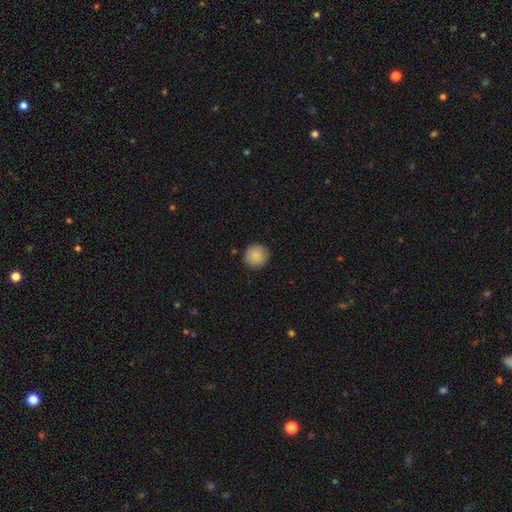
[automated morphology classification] Smooth or featured: smooth — 88% (star or artifact — 8%)
How rounded: round — 95% (in between — 4%)
Merging: none — 91% (minor disturbance — 6%)